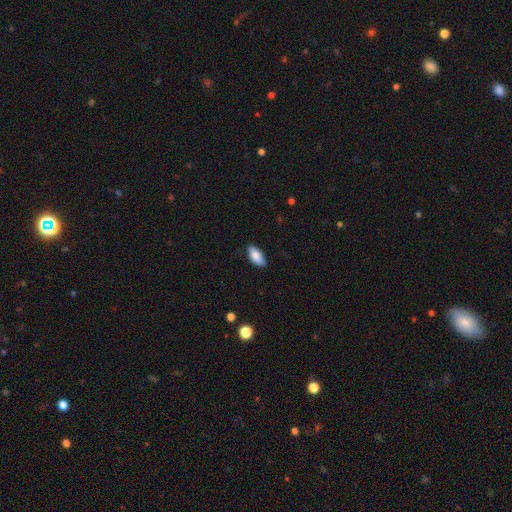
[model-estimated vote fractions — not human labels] Q: Smooth or featured?
A: smooth (84%); runner-up: featured or disk (9%)
Q: How rounded?
A: in between (89%); runner-up: cigar-shaped (9%)
Q: Merging?
A: none (84%); runner-up: minor disturbance (13%)